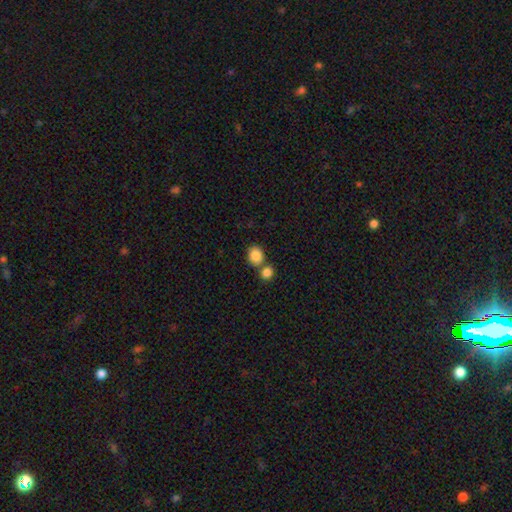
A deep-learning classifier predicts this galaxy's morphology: type=smooth (86%); roundness=round (62%); merging=none (55%).